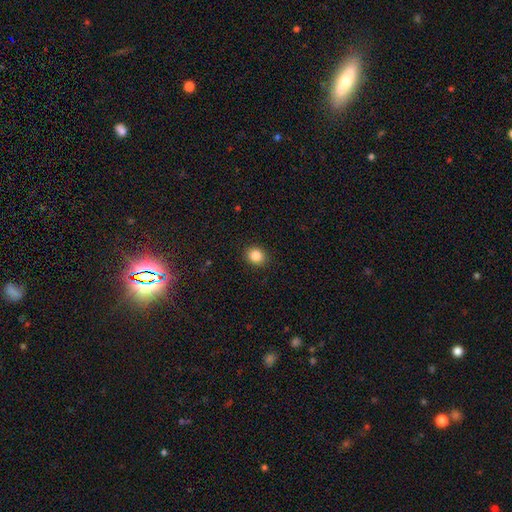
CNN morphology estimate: smooth_or_featured: smooth (p=0.85) [alt: star or artifact p=0.10]
how_rounded: round (p=0.71) [alt: in between p=0.28]
merging: none (p=0.90) [alt: minor disturbance p=0.07]